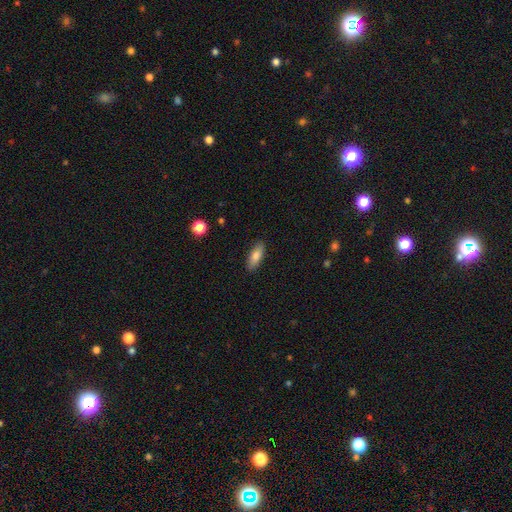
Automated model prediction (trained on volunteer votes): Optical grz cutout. It shows a smooth galaxy with no disk features (80%) that is in between round and cigar-shaped (68%). Merging: none (88%).